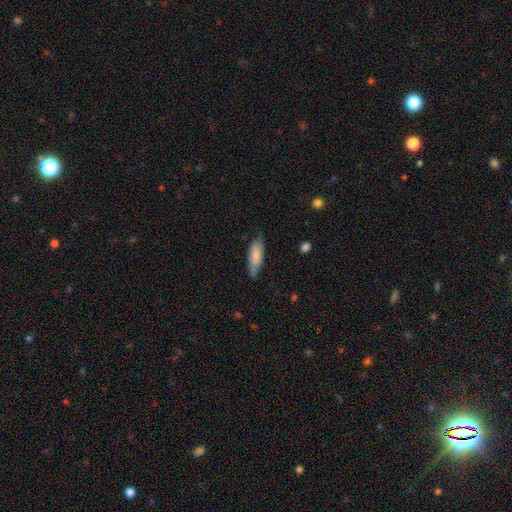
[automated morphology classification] smooth 77%, featured or disk 18%, star or artifact 5%. Down the decision tree: how rounded — in between (53%); merging — none (71%).